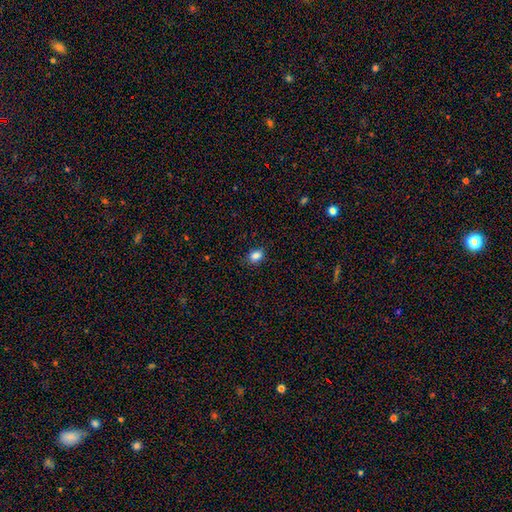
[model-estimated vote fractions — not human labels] Overall: smooth (84%). How rounded: in between (69%; round 30%). Merging: none (83%).